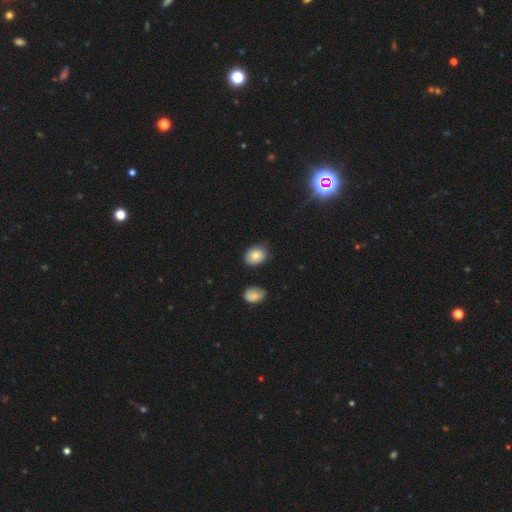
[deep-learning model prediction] smooth_or_featured: smooth (p=0.82) [alt: star or artifact p=0.09]
how_rounded: in between (p=0.59) [alt: round p=0.40]
merging: none (p=0.70) [alt: minor disturbance p=0.22]